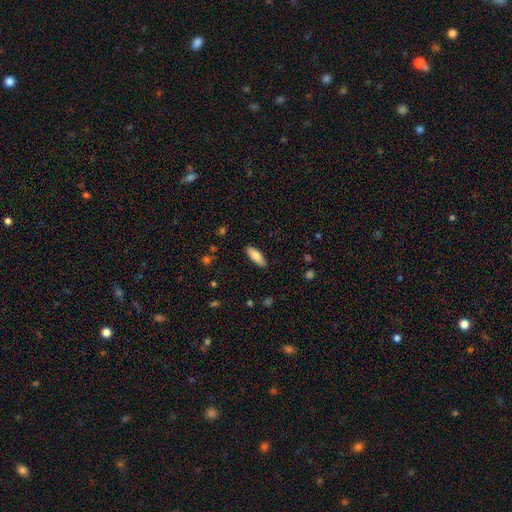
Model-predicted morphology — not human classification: A smooth galaxy with no disk features (81%) that is in between round and cigar-shaped (72%). Merging: none (88%).